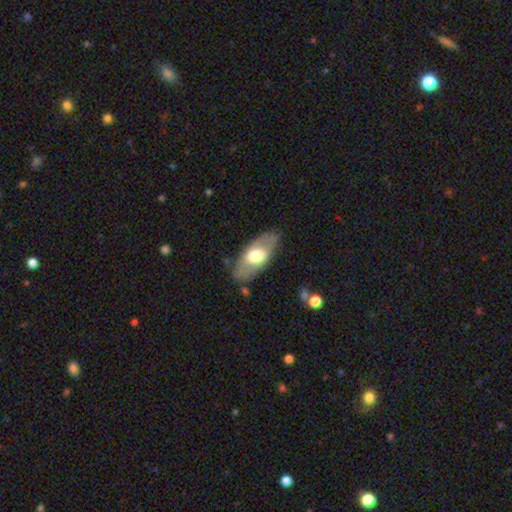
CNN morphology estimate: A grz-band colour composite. It shows a smooth galaxy with no disk features (52%) that is in between round and cigar-shaped (88%). Merging: none (81%).